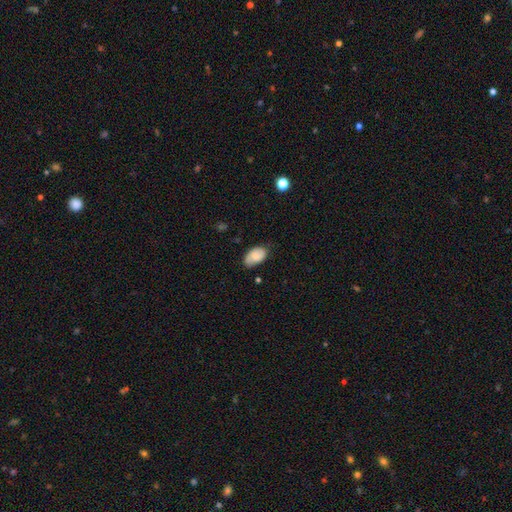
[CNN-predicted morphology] Smooth or featured: smooth — 70% (featured or disk — 24%)
How rounded: in between — 92% (round — 6%)
Merging: none — 67% (minor disturbance — 27%)